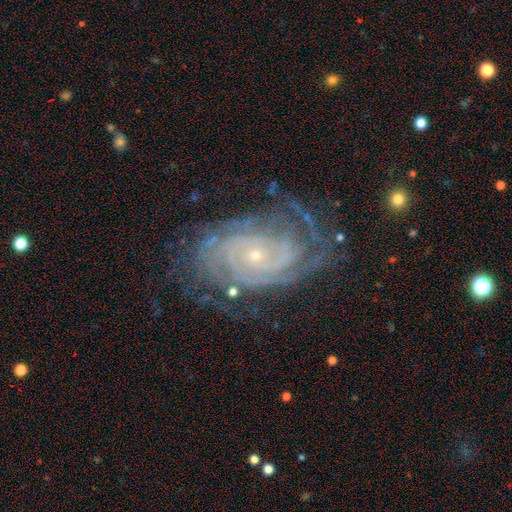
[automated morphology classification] smooth_or_featured: featured or disk (p=0.90) [alt: star or artifact p=0.06]
disk_edge_on: no (p=0.97) [alt: yes p=0.03]
bar: no (p=0.77) [alt: weak p=0.16]
has_spiral_arms: yes (p=0.98) [alt: no p=0.02]
spiral_winding: tight (p=0.79) [alt: medium p=0.18]
spiral_arm_count: 2 (p=0.23) [alt: can't tell p=0.22]
bulge_size: small (p=0.83) [alt: moderate p=0.13]
merging: none (p=0.72) [alt: minor disturbance p=0.18]